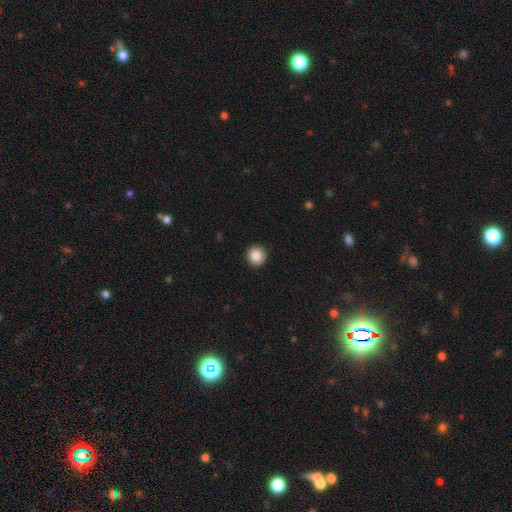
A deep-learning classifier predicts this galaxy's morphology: Smooth or featured: smooth — 84% (star or artifact — 9%)
How rounded: round — 93% (in between — 6%)
Merging: none — 90% (minor disturbance — 7%)